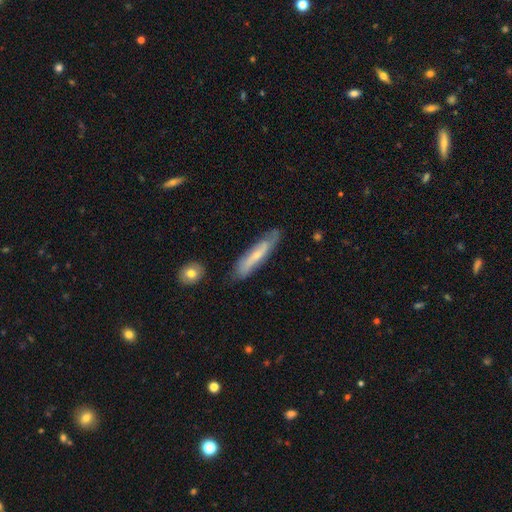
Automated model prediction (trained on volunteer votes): Overall: featured or disk (52%; smooth 41%). Edge-on disk: yes (50%, tied with no). Merging: none (75%).